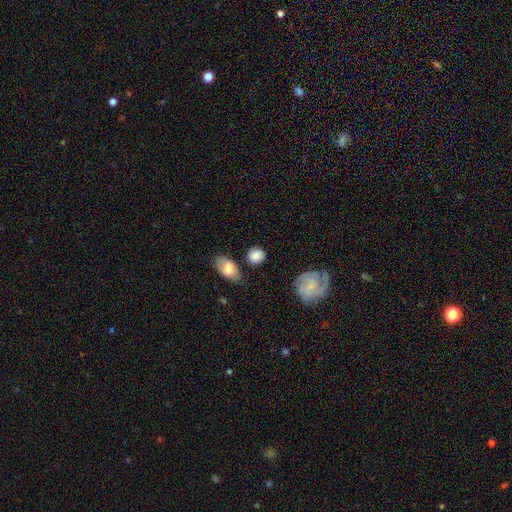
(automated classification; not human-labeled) Smooth or featured? smooth (79%)
How rounded? round (74%)
Merging? none (74%)